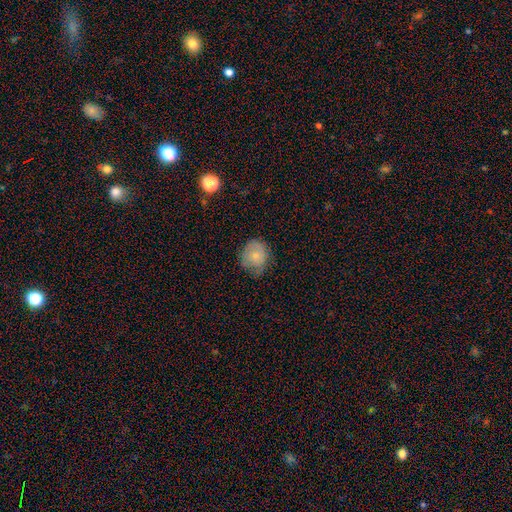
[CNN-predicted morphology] type=smooth (69%); roundness=round (72%); merging=none (58%).